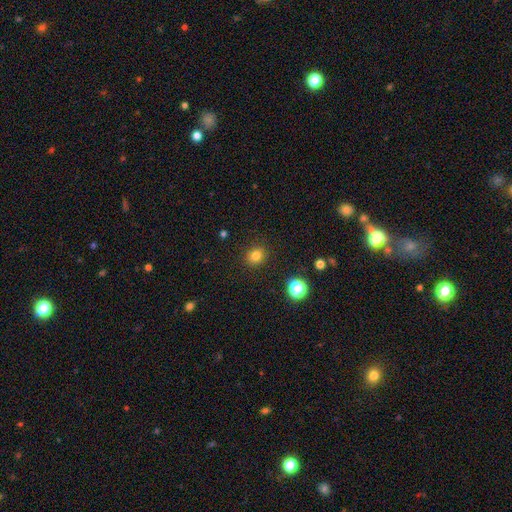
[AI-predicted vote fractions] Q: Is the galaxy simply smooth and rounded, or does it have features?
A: smooth — 81%.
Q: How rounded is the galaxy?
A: round — 76%.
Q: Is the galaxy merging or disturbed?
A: none — 90%.